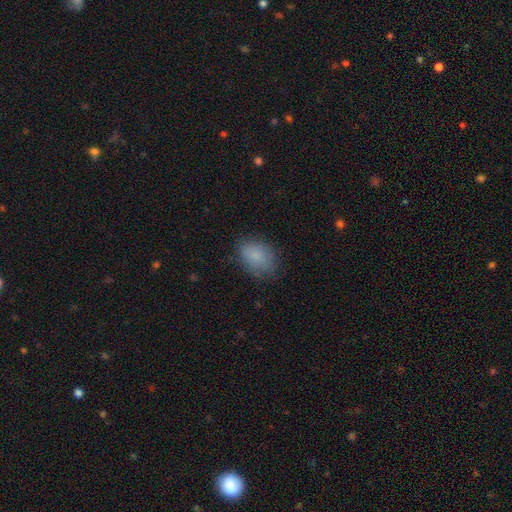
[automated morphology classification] The model was most divided on "merging": none: 73%, minor disturbance: 20%, major disturbance: 6%, merger: 1%. More confident: smooth or featured — smooth (84%); how rounded — in between (79%).